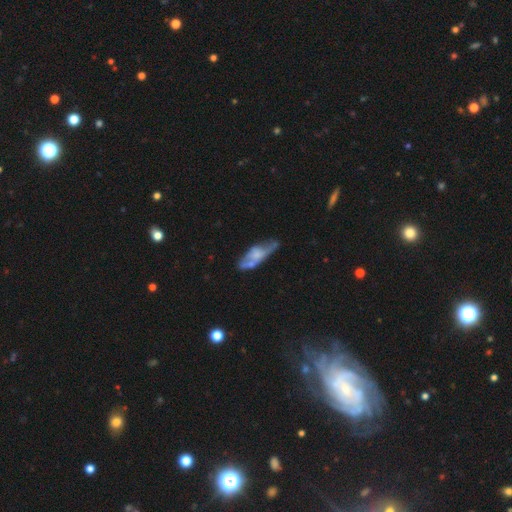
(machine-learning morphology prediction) featured or disk 55%, smooth 38%, star or artifact 8%. Down the decision tree: edge-on disk — no (64%); merging — none (43%).